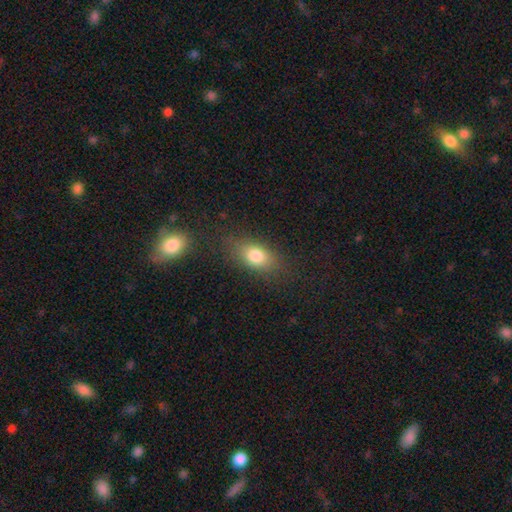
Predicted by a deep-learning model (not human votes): smooth_or_featured: smooth (p=0.78) [alt: featured or disk p=0.12]
how_rounded: in between (p=0.76) [alt: round p=0.17]
merging: none (p=0.78) [alt: minor disturbance p=0.14]